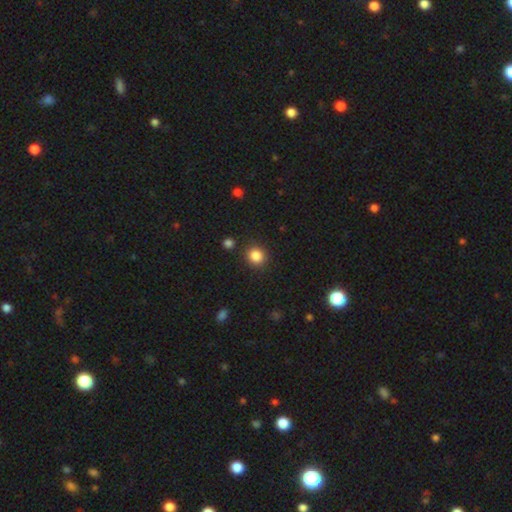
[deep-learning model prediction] Smooth or featured?
  - smooth: 85% *
  - star or artifact: 11%
  - featured or disk: 4%
How rounded?
  - round: 85% *
  - in between: 14%
  - cigar-shaped: 1%
Merging?
  - none: 88% *
  - minor disturbance: 7%
  - merger: 2%
  - major disturbance: 2%